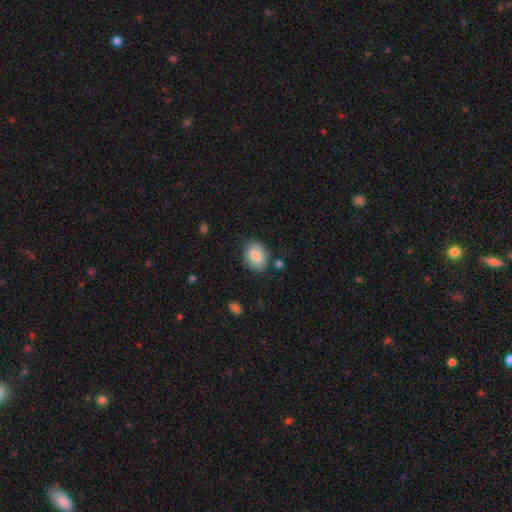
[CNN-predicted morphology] Smooth or featured?
  - smooth: 79% *
  - featured or disk: 14%
  - star or artifact: 7%
How rounded?
  - in between: 68% *
  - round: 31%
  - cigar-shaped: 1%
Merging?
  - none: 73% *
  - minor disturbance: 19%
  - major disturbance: 4%
  - merger: 3%